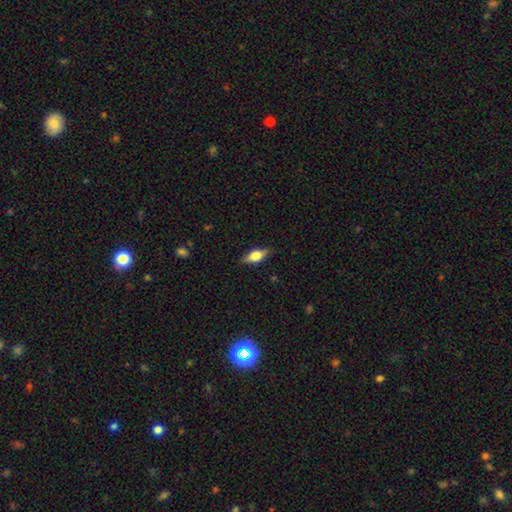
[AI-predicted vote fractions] Smooth or featured?
  - smooth: 50% *
  - featured or disk: 43%
  - star or artifact: 8%
Merging?
  - none: 84% *
  - minor disturbance: 12%
  - major disturbance: 3%
  - merger: 1%